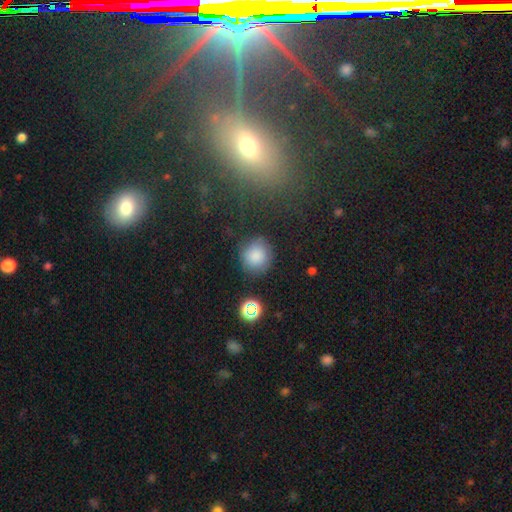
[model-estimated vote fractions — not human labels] Smooth or featured: smooth — 80% (star or artifact — 13%)
How rounded: round — 87% (in between — 11%)
Merging: none — 76% (minor disturbance — 14%)